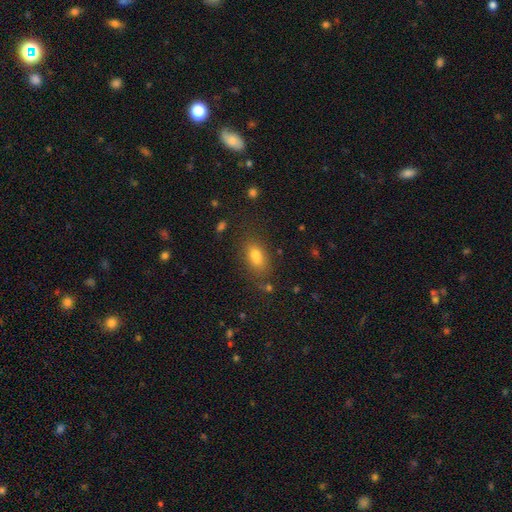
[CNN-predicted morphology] This is likely a smooth galaxy (75%). How rounded: clearly in between (84%). Merging: likely none (69%).